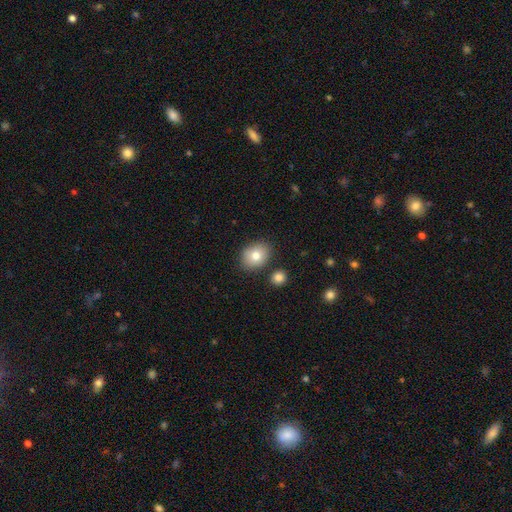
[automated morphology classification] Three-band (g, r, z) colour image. It shows a smooth galaxy with no disk features (80%) that is in between round and cigar-shaped (60%). Merging: none (81%).